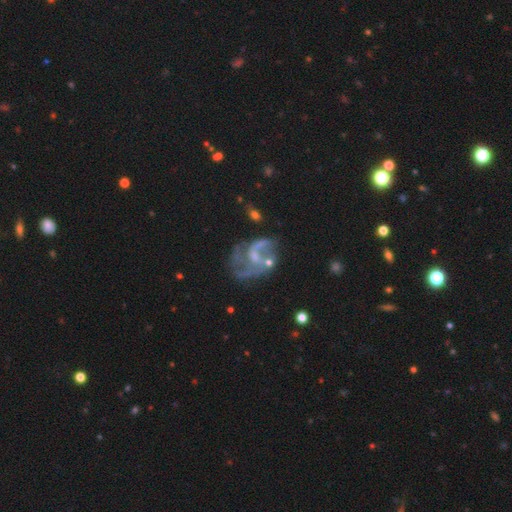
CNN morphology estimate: A featured or disk galaxy (78%) with no bar (48%), 2 (43%) loose (48%) spiral arms (80%) and a small central bulge (45%). Merging: none (42%).